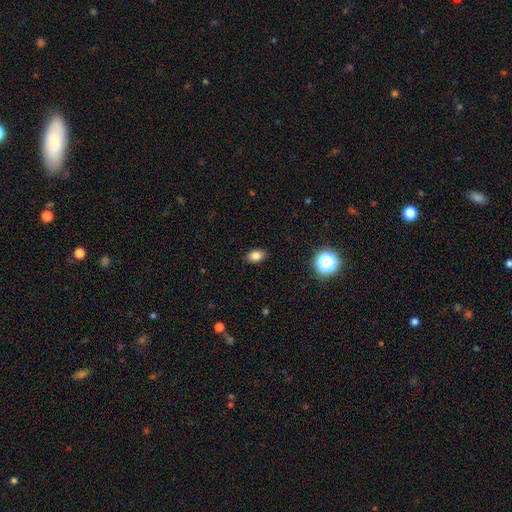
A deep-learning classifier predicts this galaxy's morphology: Smooth or featured? Predicted: smooth (p=0.82). How rounded? Predicted: in between (p=0.80). Merging? Predicted: none (p=0.88).